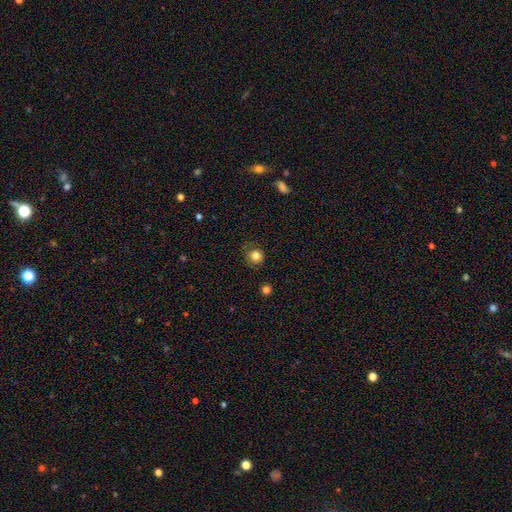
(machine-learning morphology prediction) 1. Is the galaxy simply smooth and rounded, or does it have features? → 82% smooth, 12% star or artifact, 6% featured or disk.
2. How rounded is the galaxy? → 90% round, 9% in between, 1% cigar-shaped.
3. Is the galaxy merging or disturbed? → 77% none, 16% minor disturbance, 5% major disturbance, 2% merger.